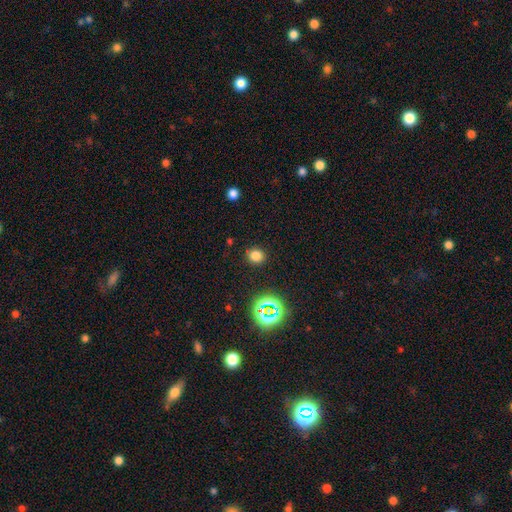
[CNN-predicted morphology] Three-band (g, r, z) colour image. It shows a smooth galaxy with no disk features (76%) that is round (82%). Merging: none (89%).